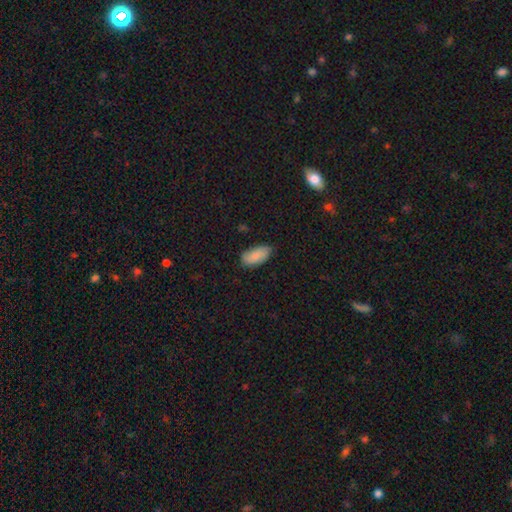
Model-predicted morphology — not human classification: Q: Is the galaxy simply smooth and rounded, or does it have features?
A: smooth — 86%.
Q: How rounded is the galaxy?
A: in between — 93%.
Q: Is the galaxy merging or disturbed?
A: none — 73%.